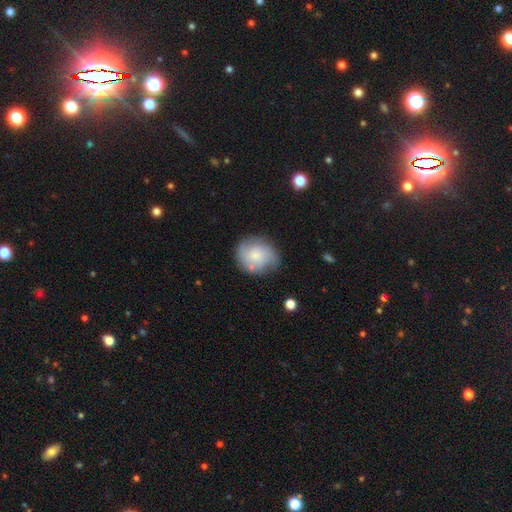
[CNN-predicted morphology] Smooth or featured? Predicted: smooth (p=0.56). How rounded? Predicted: round (p=0.75). Merging? Predicted: none (p=0.64).